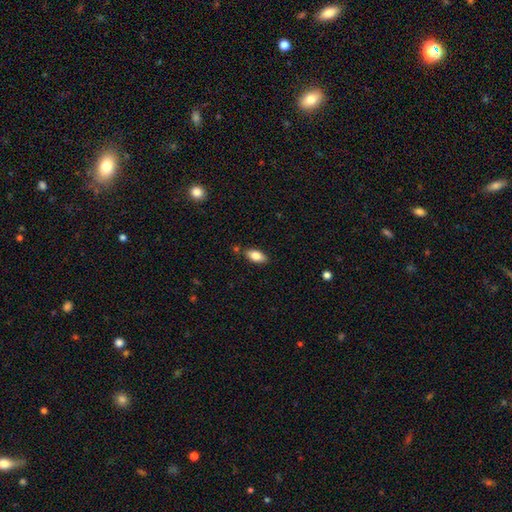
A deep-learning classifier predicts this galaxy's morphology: Smooth or featured: smooth — 81% (featured or disk — 12%)
How rounded: in between — 89% (cigar-shaped — 8%)
Merging: none — 80% (minor disturbance — 13%)